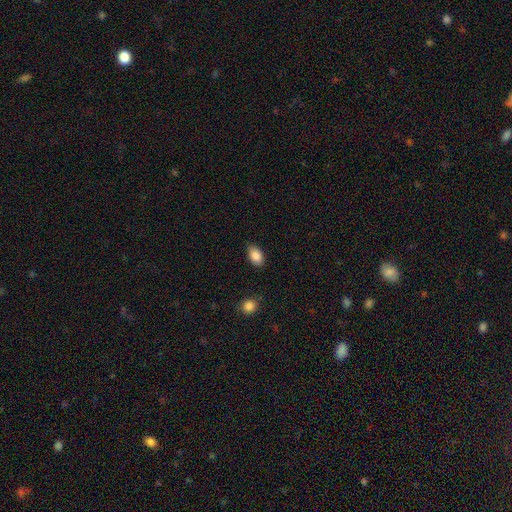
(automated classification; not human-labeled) Morphology: type=smooth (87%); roundness=in between (90%); merging=none (84%).